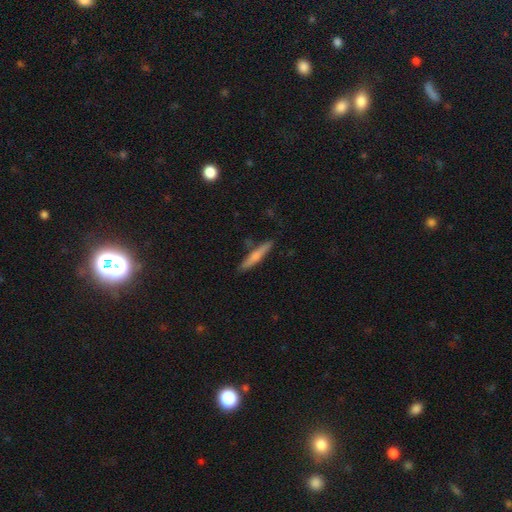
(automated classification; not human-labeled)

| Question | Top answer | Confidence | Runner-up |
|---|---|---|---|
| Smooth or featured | smooth | 60% | featured or disk (34%) |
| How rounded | cigar-shaped | 93% | in between (6%) |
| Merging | none | 83% | minor disturbance (11%) |